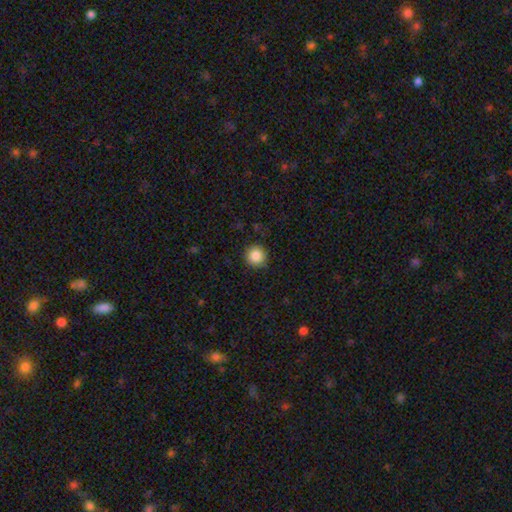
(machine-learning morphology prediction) The model was most divided on "smooth or featured": smooth: 86%, star or artifact: 9%, featured or disk: 4%. More confident: how rounded — round (95%); merging — none (90%).